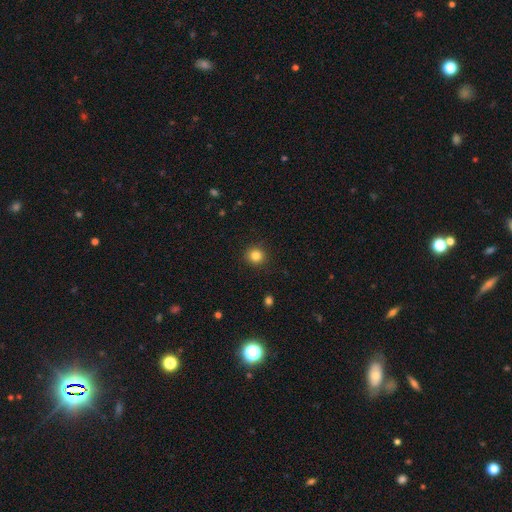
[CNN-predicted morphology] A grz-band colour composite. It shows a smooth galaxy with no disk features (84%) that is round (93%). Merging: none (92%).